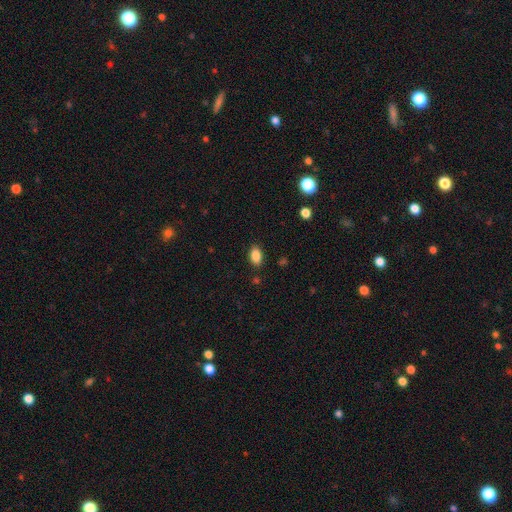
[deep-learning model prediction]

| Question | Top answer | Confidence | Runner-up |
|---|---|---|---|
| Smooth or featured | smooth | 87% | star or artifact (9%) |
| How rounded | in between | 89% | round (9%) |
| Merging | none | 86% | minor disturbance (10%) |